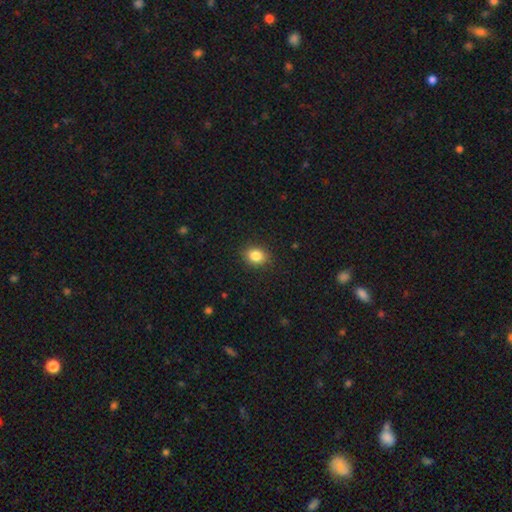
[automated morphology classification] smooth-or-featured: smooth: 85% | star or artifact: 10% | featured or disk: 5%
  how-rounded: round: 51% | in between: 48% | cigar-shaped: 1%
  merging: none: 88% | minor disturbance: 9% | major disturbance: 2% | merger: 1%